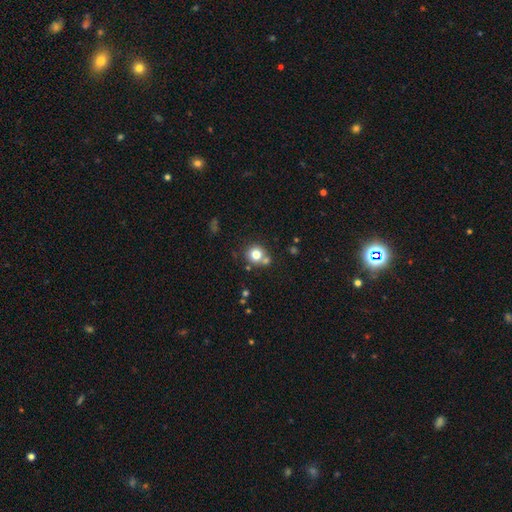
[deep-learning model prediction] This appears to be a smooth galaxy with no disk features (77%) that is round (90%). Merging: none (68%).